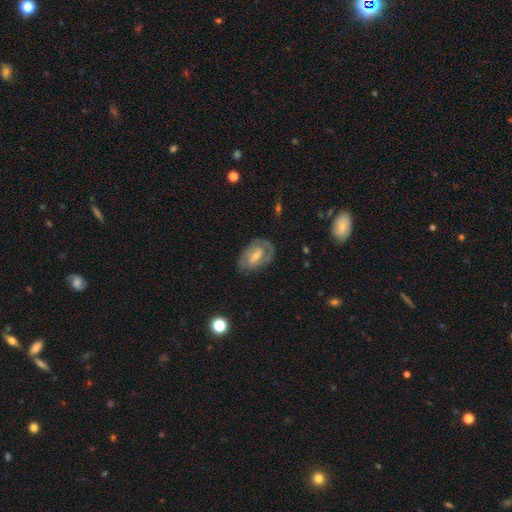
This appears to be a featured or disk galaxy (90%) with a strong bar (46%), 2 (69%) tight (55%) spiral arms (83%) and a moderate central bulge (54%). Merging: none (71%).